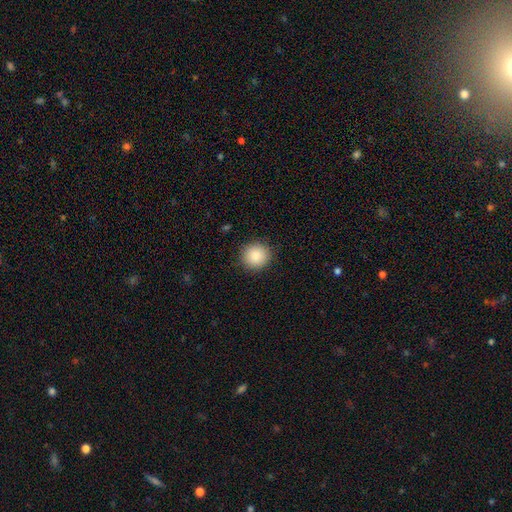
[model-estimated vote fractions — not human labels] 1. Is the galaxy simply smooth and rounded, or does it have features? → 87% smooth, 8% star or artifact, 5% featured or disk.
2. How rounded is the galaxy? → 92% round, 7% in between, 1% cigar-shaped.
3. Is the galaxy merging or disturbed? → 90% none, 7% minor disturbance, 2% major disturbance, 1% merger.